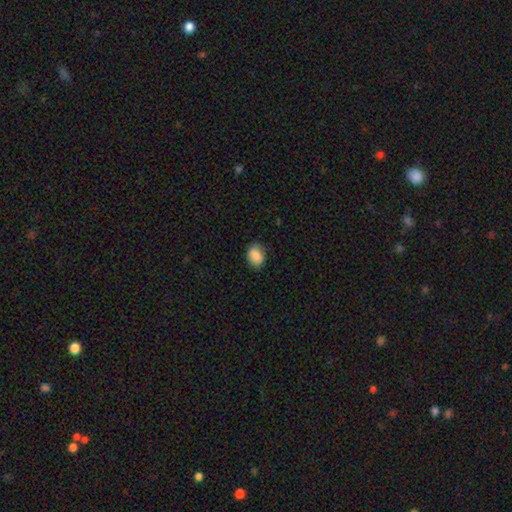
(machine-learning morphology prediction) type=smooth (88%); roundness=in between (74%); merging=none (83%).